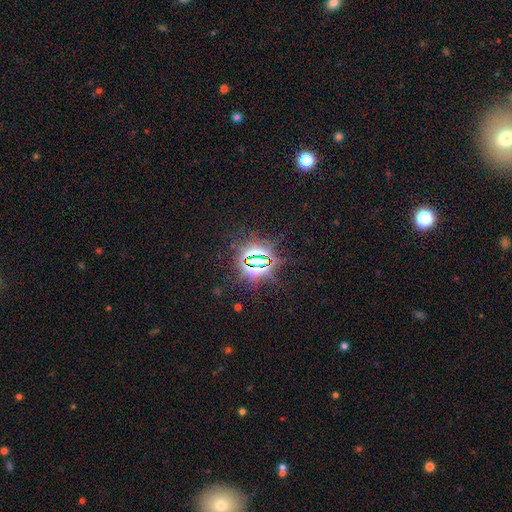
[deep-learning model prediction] smooth_or_featured: star or artifact (p=0.83) [alt: smooth p=0.09]